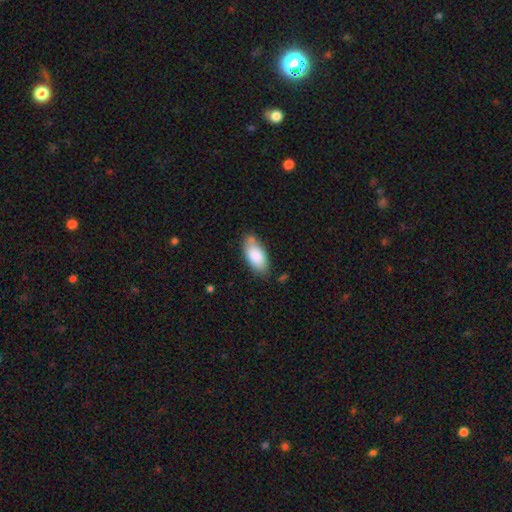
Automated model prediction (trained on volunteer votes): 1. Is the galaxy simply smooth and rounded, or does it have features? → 85% smooth, 9% featured or disk, 6% star or artifact.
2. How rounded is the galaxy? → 91% in between, 7% cigar-shaped, 2% round.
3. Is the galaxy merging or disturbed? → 68% none, 22% minor disturbance, 6% merger, 5% major disturbance.